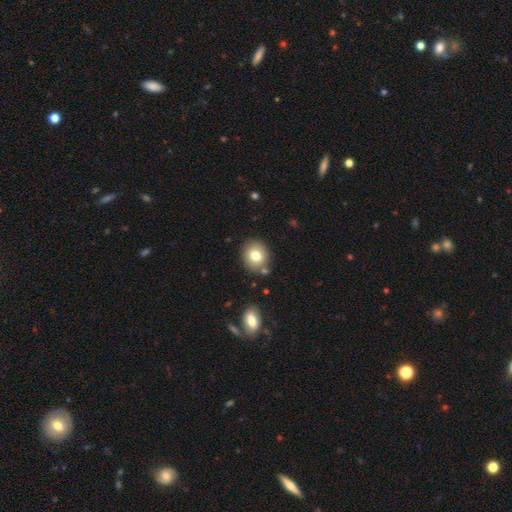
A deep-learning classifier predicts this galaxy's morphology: Smooth or featured?
  - smooth: 77% *
  - featured or disk: 13%
  - star or artifact: 10%
How rounded?
  - round: 70% *
  - in between: 29%
  - cigar-shaped: 1%
Merging?
  - none: 79% *
  - minor disturbance: 11%
  - merger: 7%
  - major disturbance: 3%